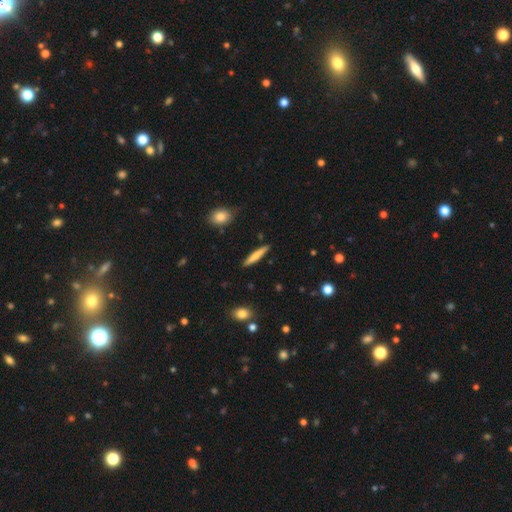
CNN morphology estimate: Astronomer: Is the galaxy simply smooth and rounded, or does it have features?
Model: smooth — 65%.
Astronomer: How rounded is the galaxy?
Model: cigar-shaped — 91%.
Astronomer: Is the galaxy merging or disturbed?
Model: none — 89%.